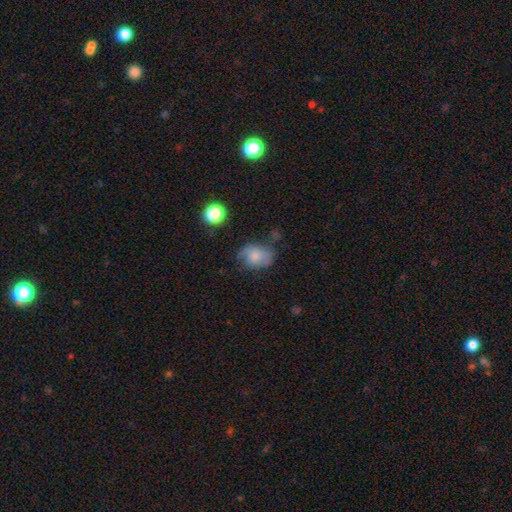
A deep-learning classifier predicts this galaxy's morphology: Smooth or featured? smooth (64%)
How rounded? in between (69%)
Merging? none (46%)